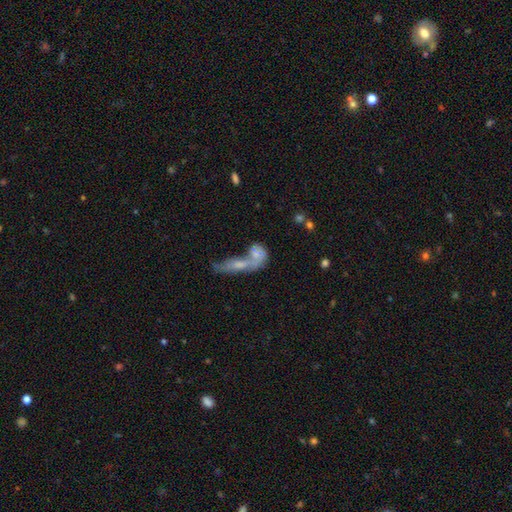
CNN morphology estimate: smooth_or_featured: smooth (p=0.55) [alt: featured or disk p=0.34]
how_rounded: in between (p=0.62) [alt: cigar-shaped p=0.23]
merging: merger (p=0.66) [alt: none p=0.18]